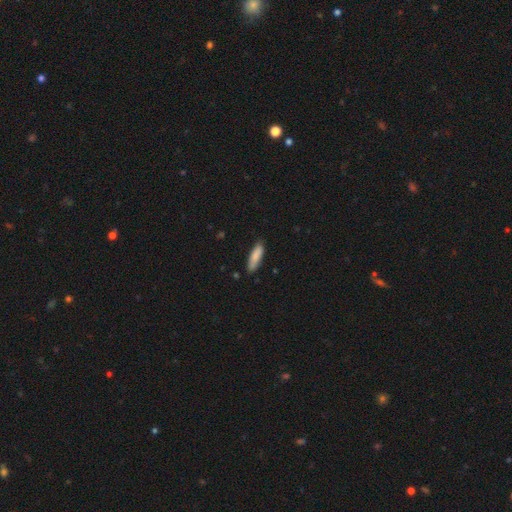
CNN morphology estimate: Q: Smooth or featured?
A: smooth (85%); runner-up: featured or disk (9%)
Q: How rounded?
A: cigar-shaped (65%); runner-up: in between (34%)
Q: Merging?
A: none (82%); runner-up: minor disturbance (14%)